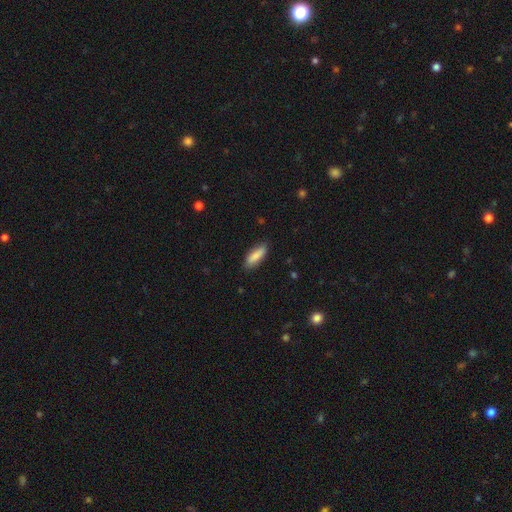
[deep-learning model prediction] A smooth galaxy with no disk features (85%) that is in between round and cigar-shaped (61%). Merging: none (84%).